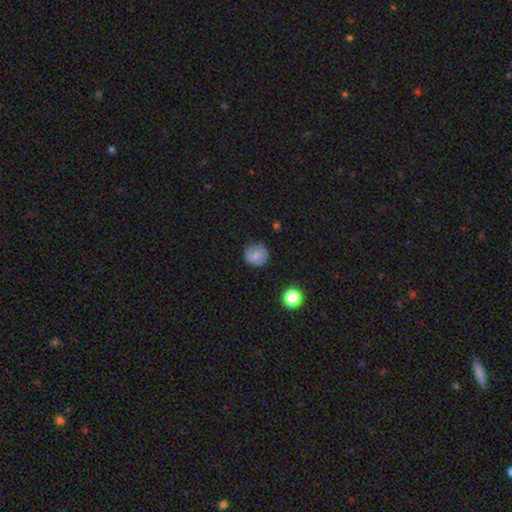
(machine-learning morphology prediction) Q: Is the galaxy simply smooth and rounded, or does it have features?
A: smooth — 82%.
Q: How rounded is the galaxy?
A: round — 93%.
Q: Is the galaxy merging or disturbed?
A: none — 86%.